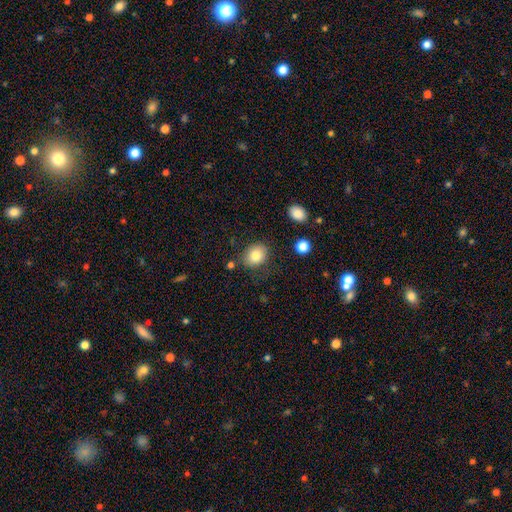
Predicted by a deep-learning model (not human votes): Smooth or featured? Predicted: smooth (p=0.82). How rounded? Predicted: round (p=0.54). Merging? Predicted: none (p=0.79).